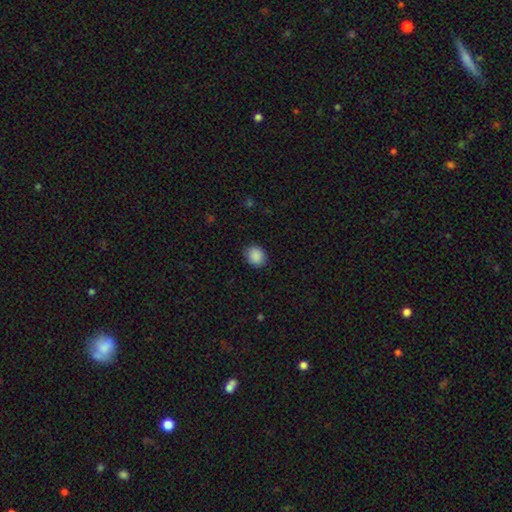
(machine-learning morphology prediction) The model was most divided on "how rounded": round: 68%, in between: 31%, cigar-shaped: 1%. More confident: smooth or featured — smooth (89%); merging — none (87%).